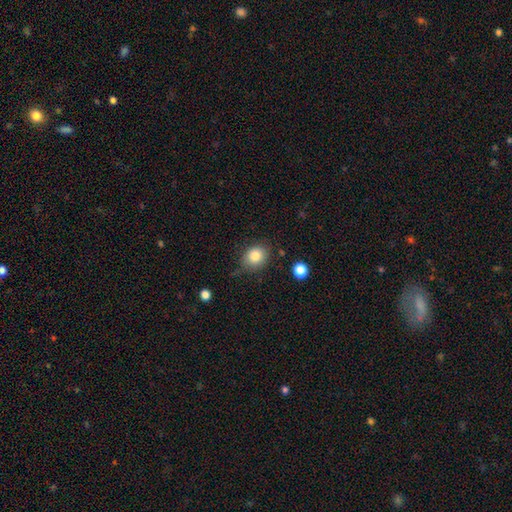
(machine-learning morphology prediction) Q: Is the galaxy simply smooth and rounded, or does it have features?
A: smooth — 82%.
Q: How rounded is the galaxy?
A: round — 63%.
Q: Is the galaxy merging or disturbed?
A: none — 70%.